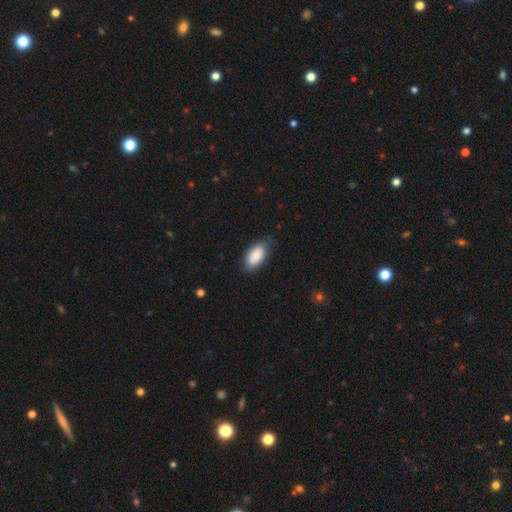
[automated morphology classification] Q: Smooth or featured?
A: smooth (88%); runner-up: featured or disk (6%)
Q: How rounded?
A: in between (93%); runner-up: cigar-shaped (4%)
Q: Merging?
A: none (70%); runner-up: minor disturbance (24%)